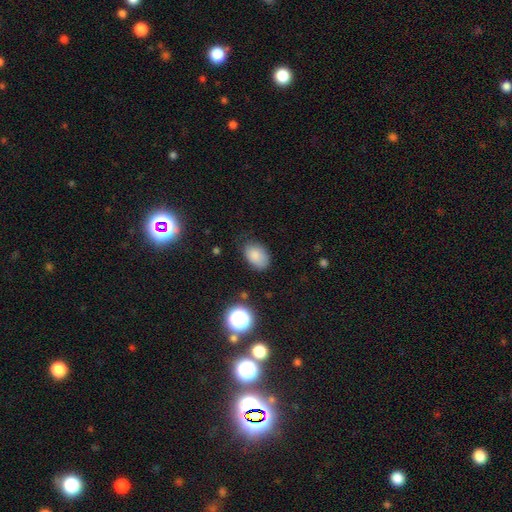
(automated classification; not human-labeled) Smooth or featured? Predicted: smooth (p=0.82). How rounded? Predicted: in between (p=0.83). Merging? Predicted: none (p=0.70).